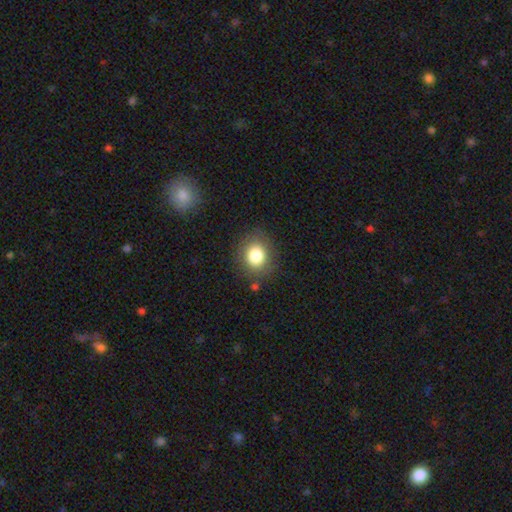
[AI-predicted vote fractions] smooth-or-featured: smooth: 81% | star or artifact: 11% | featured or disk: 9%
  how-rounded: round: 72% | in between: 27% | cigar-shaped: 1%
  merging: none: 83% | minor disturbance: 11% | major disturbance: 4% | merger: 2%